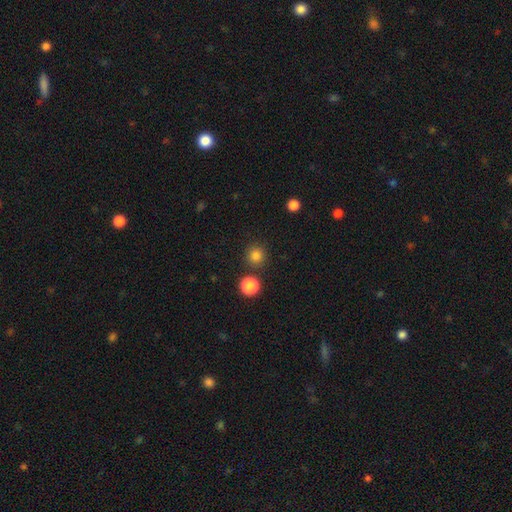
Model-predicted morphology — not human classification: Smooth or featured?
  - smooth: 83% *
  - star or artifact: 13%
  - featured or disk: 4%
How rounded?
  - round: 94% *
  - in between: 5%
  - cigar-shaped: 1%
Merging?
  - none: 86% *
  - minor disturbance: 6%
  - merger: 5%
  - major disturbance: 2%